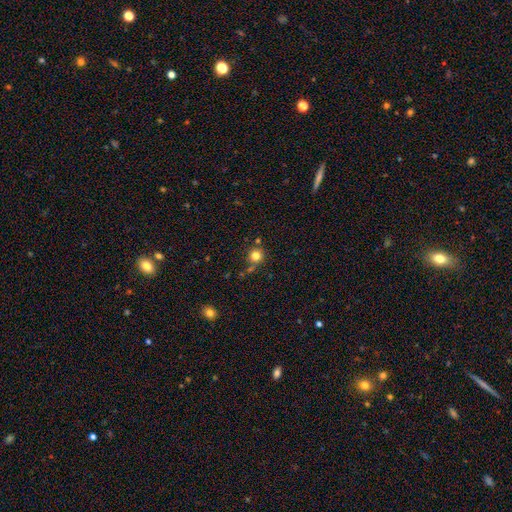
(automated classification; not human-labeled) Smooth or featured?
  - smooth: 80% *
  - star or artifact: 14%
  - featured or disk: 7%
How rounded?
  - round: 93% *
  - in between: 6%
  - cigar-shaped: 1%
Merging?
  - none: 73% *
  - minor disturbance: 12%
  - merger: 11%
  - major disturbance: 4%